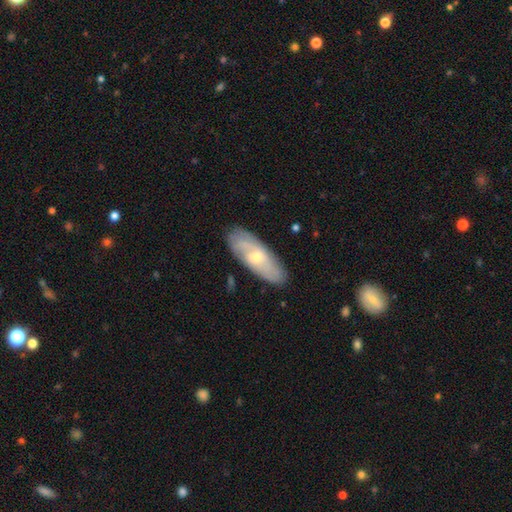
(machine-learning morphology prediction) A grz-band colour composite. It shows a featured or disk galaxy (54%). Merging: none (83%).